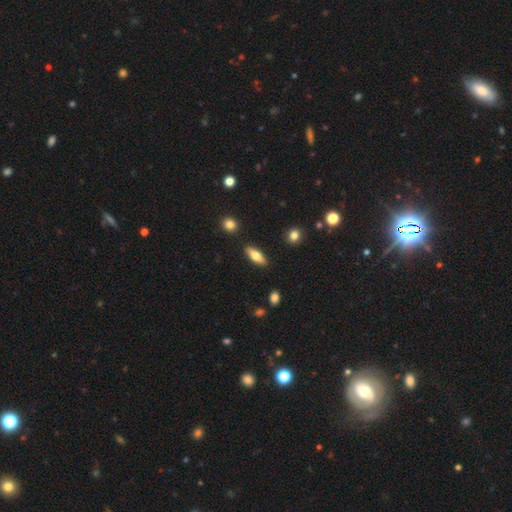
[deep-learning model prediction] Smooth or featured?
  - smooth: 65% *
  - featured or disk: 28%
  - star or artifact: 6%
How rounded?
  - in between: 59% *
  - cigar-shaped: 38%
  - round: 3%
Merging?
  - none: 88% *
  - minor disturbance: 8%
  - merger: 2%
  - major disturbance: 2%